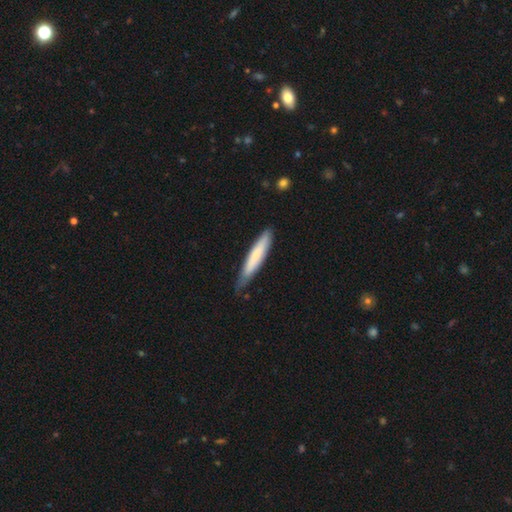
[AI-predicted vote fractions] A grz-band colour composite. It shows a smooth galaxy with no disk features (71%) that is cigar-shaped (91%). Merging: none (72%).